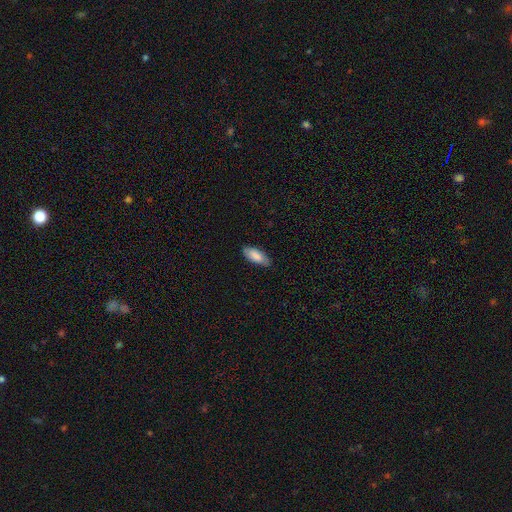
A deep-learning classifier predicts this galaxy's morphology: smooth-or-featured: smooth: 80% | featured or disk: 13% | star or artifact: 6%
  how-rounded: in between: 84% | cigar-shaped: 15% | round: 2%
  merging: none: 75% | minor disturbance: 21% | major disturbance: 3% | merger: 1%